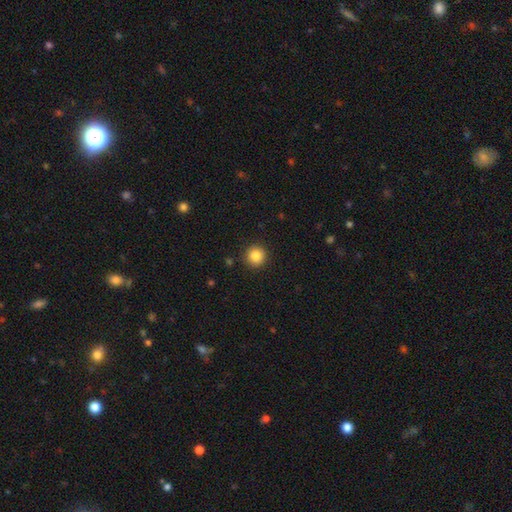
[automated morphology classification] Smooth or featured: smooth — 86% (star or artifact — 10%)
How rounded: round — 95% (in between — 4%)
Merging: none — 91% (minor disturbance — 6%)